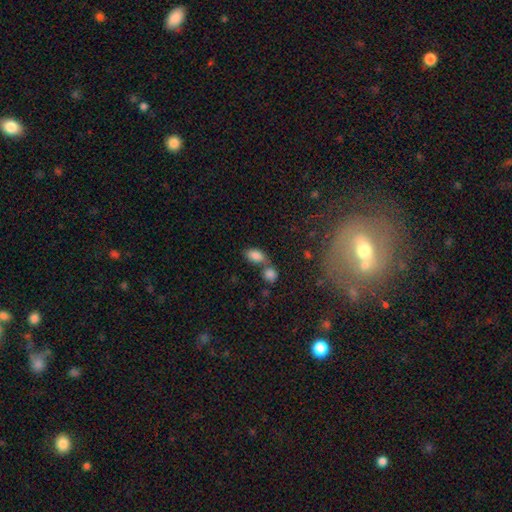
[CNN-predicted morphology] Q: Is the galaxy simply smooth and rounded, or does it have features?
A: smooth — 84%.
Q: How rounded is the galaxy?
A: in between — 89%.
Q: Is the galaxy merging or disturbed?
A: merger — 47%.